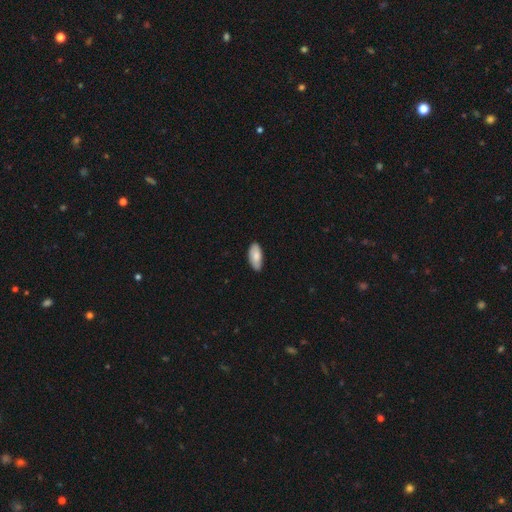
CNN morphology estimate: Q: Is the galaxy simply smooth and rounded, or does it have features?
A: smooth — 84%.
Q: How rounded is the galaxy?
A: in between — 90%.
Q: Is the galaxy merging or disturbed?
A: none — 84%.